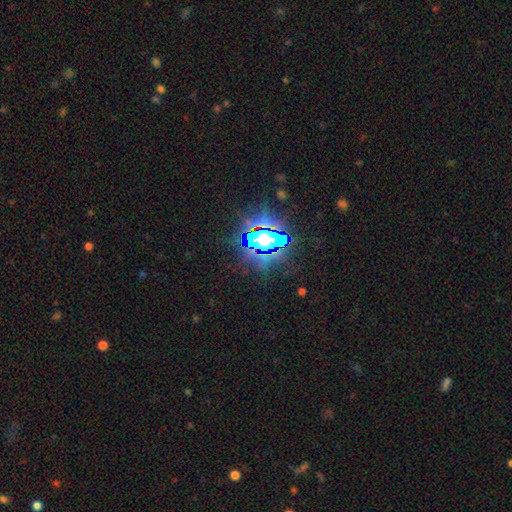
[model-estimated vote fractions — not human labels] This appears to be a star or artifact, not a galaxy (85%).